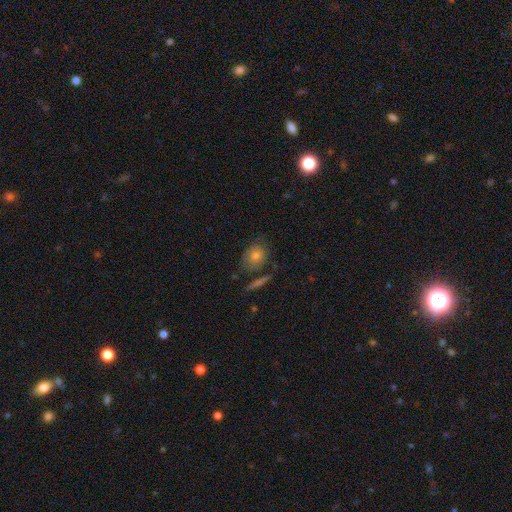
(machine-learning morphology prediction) smooth_or_featured: smooth (p=0.65) [alt: featured or disk p=0.23]
how_rounded: in between (p=0.51) [alt: round p=0.47]
merging: none (p=0.66) [alt: minor disturbance p=0.18]